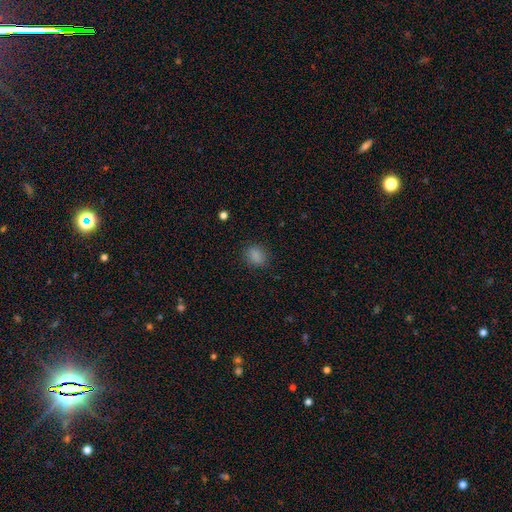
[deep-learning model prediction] A smooth galaxy with no disk features (85%) that is round (56%). Merging: none (85%).